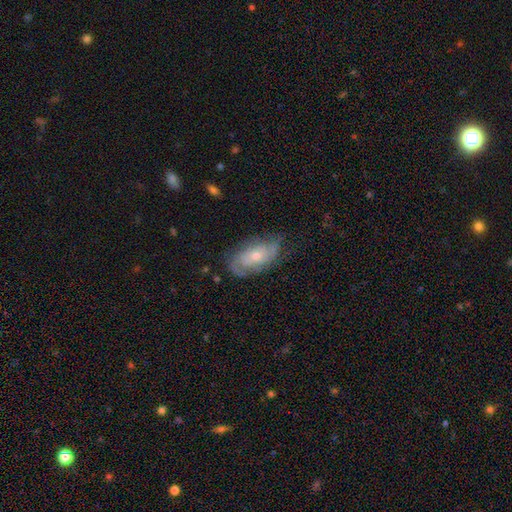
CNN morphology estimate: type=featured or disk (69%); edge-on=no (92%); bar=no (72%); spiral arms=yes (87%); winding=tight (50%); arm count=2 (47%); bulge=small (50%); merging=none (69%).